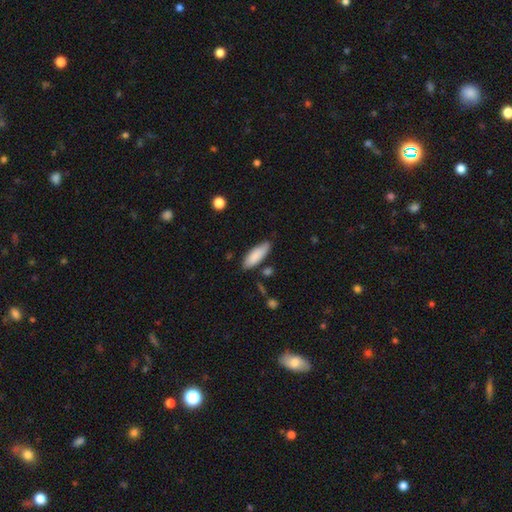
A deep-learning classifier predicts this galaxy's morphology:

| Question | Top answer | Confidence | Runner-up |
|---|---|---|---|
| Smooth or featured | smooth | 85% | featured or disk (9%) |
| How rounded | in between | 64% | cigar-shaped (34%) |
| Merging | none | 77% | minor disturbance (17%) |